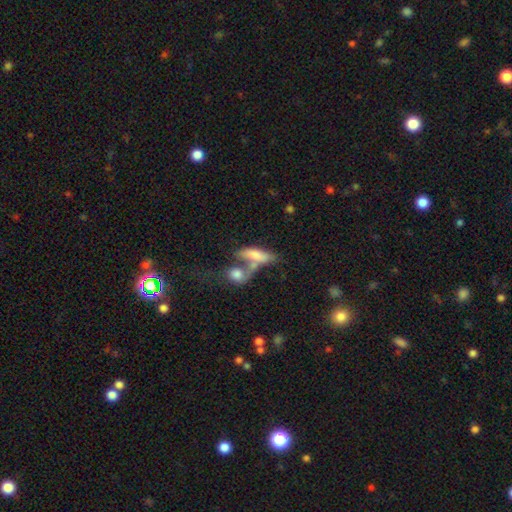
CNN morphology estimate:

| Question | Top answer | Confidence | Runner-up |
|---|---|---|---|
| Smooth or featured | smooth | 67% | featured or disk (25%) |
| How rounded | in between | 66% | cigar-shaped (28%) |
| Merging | merger | 61% | none (19%) |